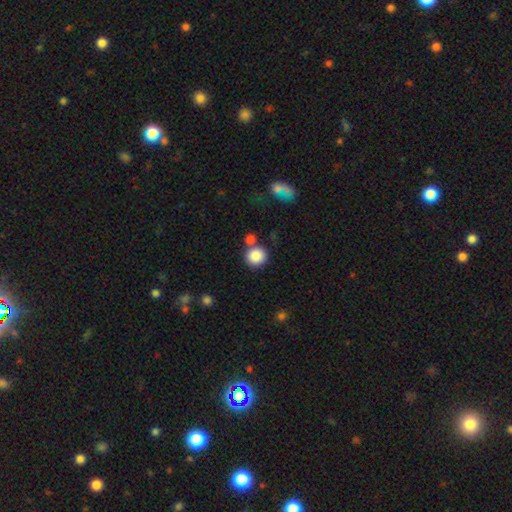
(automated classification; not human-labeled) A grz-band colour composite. It shows a smooth galaxy with no disk features (85%) that is round (91%). Merging: none (71%).